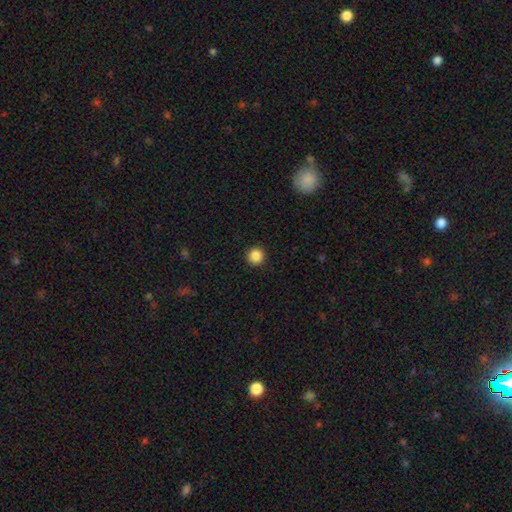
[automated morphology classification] A smooth galaxy with no disk features (87%) that is round (95%). Merging: none (93%).